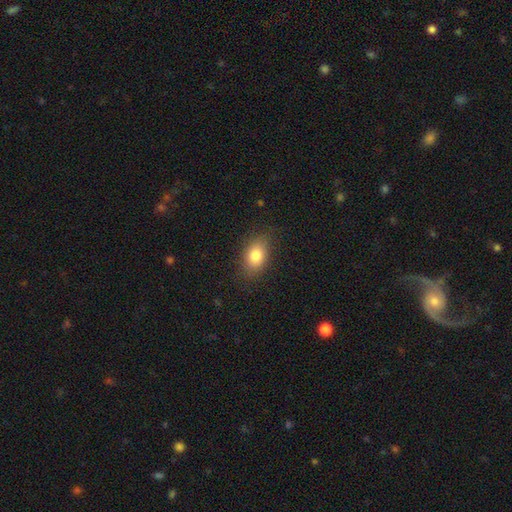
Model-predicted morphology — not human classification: type=smooth (82%); roundness=in between (83%); merging=none (82%).